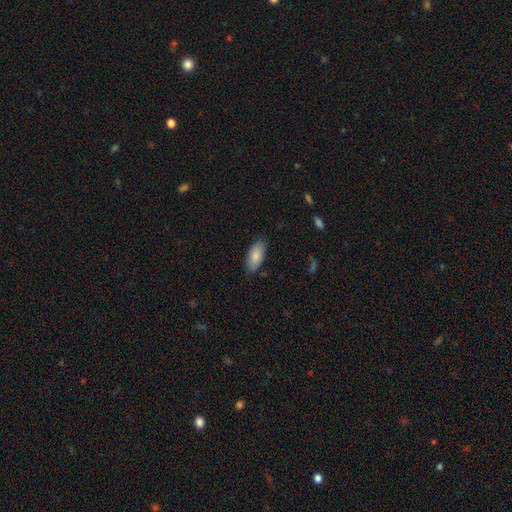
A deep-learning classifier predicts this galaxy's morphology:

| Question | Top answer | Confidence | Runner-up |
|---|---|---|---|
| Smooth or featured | smooth | 84% | featured or disk (10%) |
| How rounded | in between | 90% | cigar-shaped (8%) |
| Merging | none | 81% | minor disturbance (15%) |